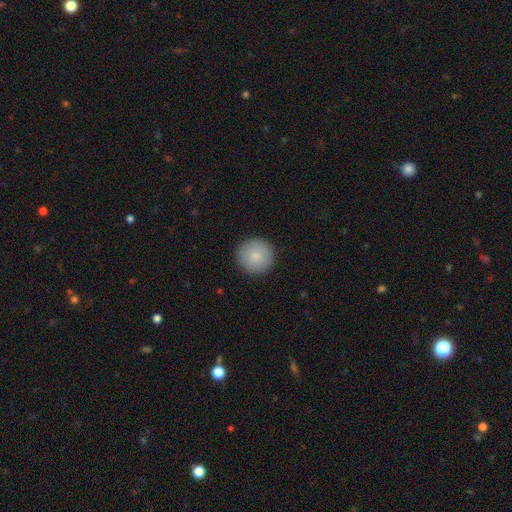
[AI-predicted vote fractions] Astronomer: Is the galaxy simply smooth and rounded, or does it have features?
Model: smooth — 85%.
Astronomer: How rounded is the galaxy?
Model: round — 96%.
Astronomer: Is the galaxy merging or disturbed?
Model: none — 92%.